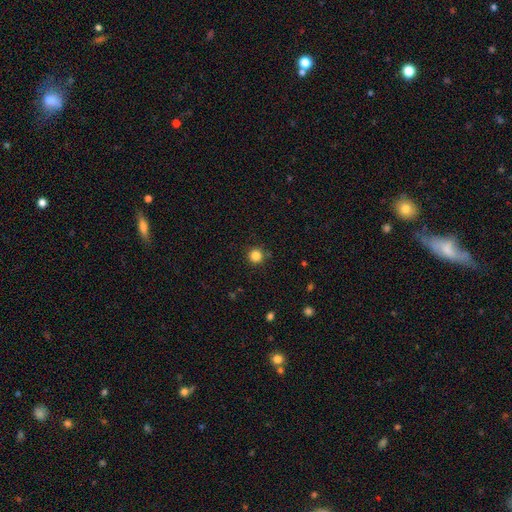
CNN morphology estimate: Smooth or featured: smooth — 84% (star or artifact — 13%)
How rounded: round — 95% (in between — 4%)
Merging: none — 89% (minor disturbance — 7%)